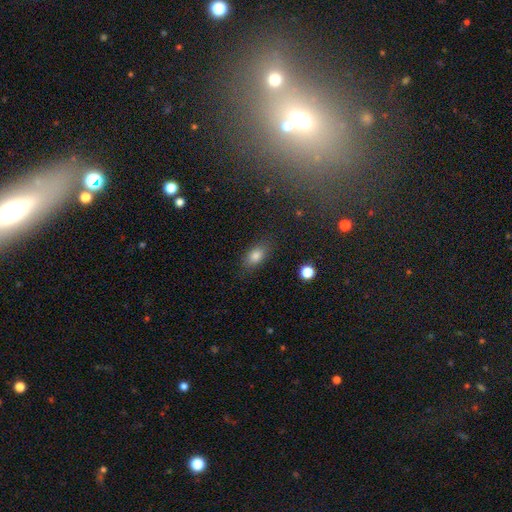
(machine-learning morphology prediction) Smooth or featured: smooth — 81% (star or artifact — 10%)
How rounded: in between — 84% (round — 10%)
Merging: none — 83% (minor disturbance — 12%)